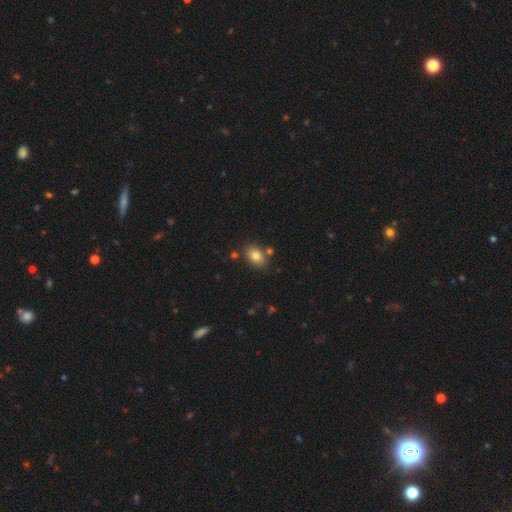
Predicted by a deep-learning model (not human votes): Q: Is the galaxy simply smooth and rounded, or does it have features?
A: smooth — 82%.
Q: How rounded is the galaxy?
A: in between — 81%.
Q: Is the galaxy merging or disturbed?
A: none — 75%.